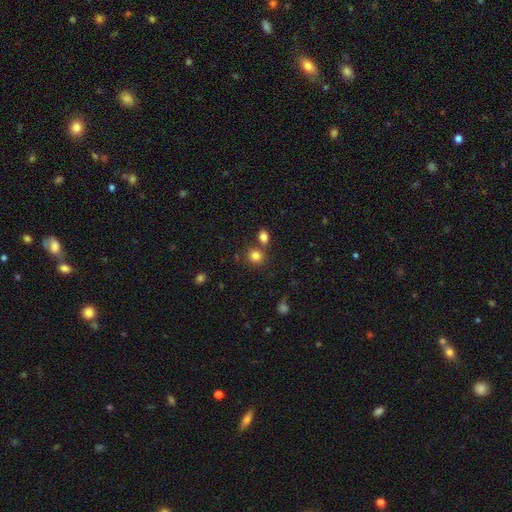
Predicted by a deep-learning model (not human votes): A smooth galaxy with no disk features (82%) that is round (75%). Merging: none (67%).